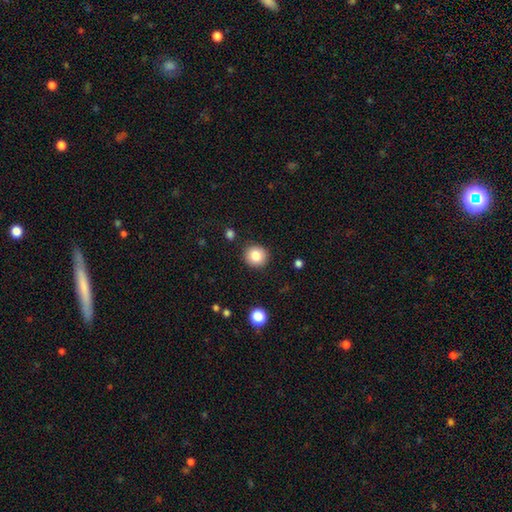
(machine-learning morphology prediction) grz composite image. It shows a smooth galaxy with no disk features (83%) that is round (89%). Merging: none (89%).